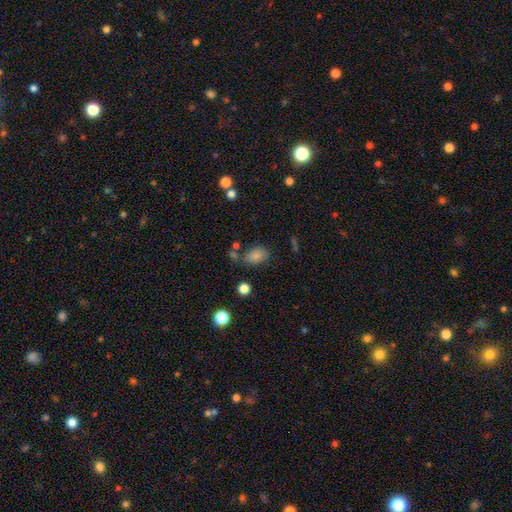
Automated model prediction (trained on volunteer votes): smooth_or_featured: smooth (p=0.83) [alt: star or artifact p=0.11]
how_rounded: in between (p=0.81) [alt: round p=0.17]
merging: none (p=0.69) [alt: minor disturbance p=0.17]